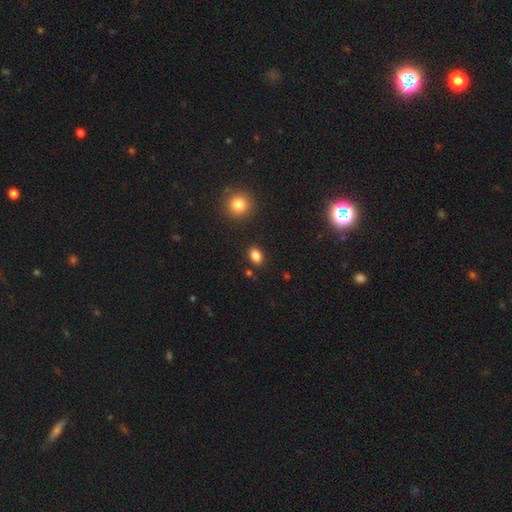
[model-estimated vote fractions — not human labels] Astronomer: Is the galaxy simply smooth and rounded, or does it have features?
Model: smooth — 85%.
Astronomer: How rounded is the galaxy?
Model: in between — 76%.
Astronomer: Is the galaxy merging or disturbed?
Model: none — 86%.